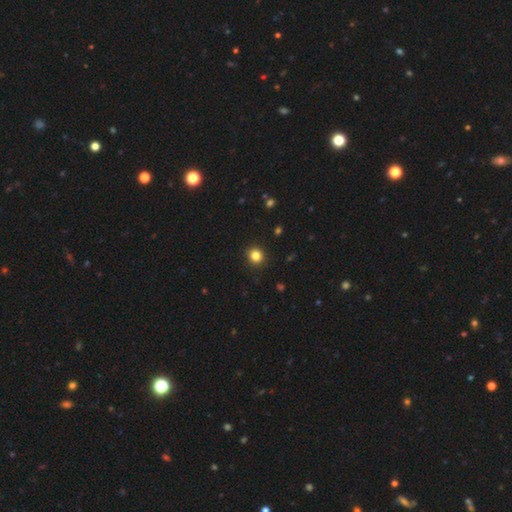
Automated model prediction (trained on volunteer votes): Morphology: type=smooth (83%); roundness=round (91%); merging=none (93%).